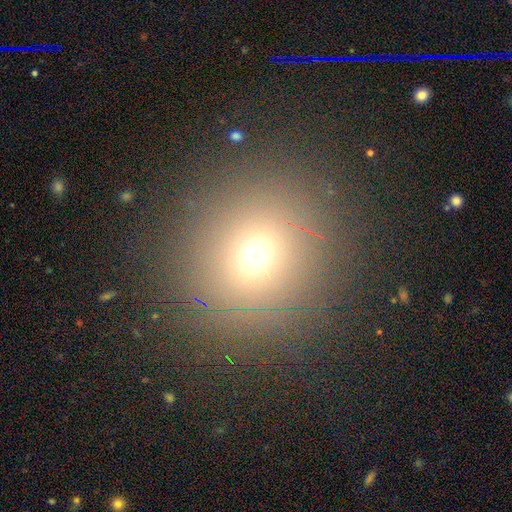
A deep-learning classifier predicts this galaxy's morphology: The model was most divided on "smooth or featured": smooth: 66%, star or artifact: 24%, featured or disk: 10%. More confident: how rounded — round (91%); merging — none (88%).